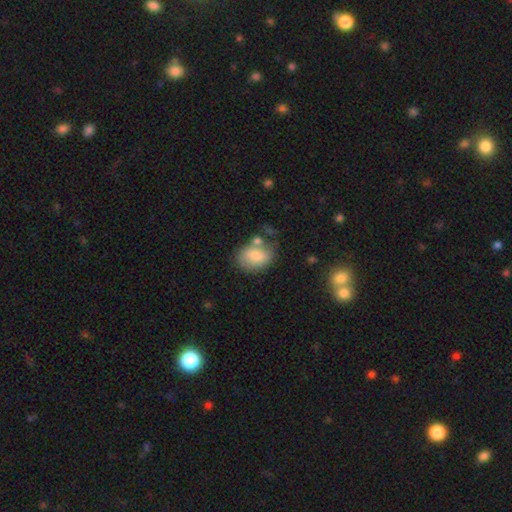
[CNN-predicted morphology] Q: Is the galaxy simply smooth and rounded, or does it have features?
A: smooth — 77%.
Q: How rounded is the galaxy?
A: in between — 68%.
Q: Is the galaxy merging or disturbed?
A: none — 53%.